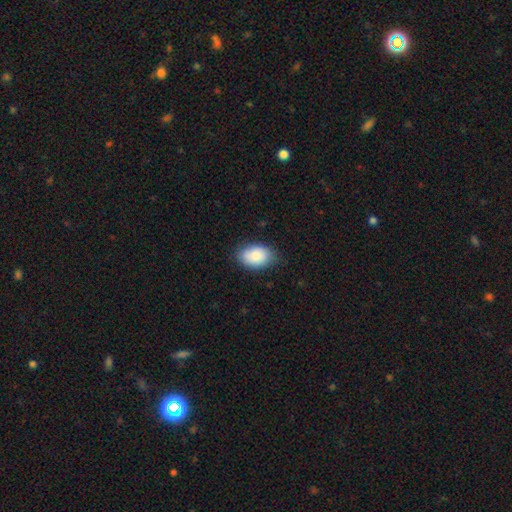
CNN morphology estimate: smooth_or_featured: smooth (p=0.87) [alt: featured or disk p=0.07]
how_rounded: in between (p=0.90) [alt: round p=0.09]
merging: none (p=0.80) [alt: minor disturbance p=0.16]